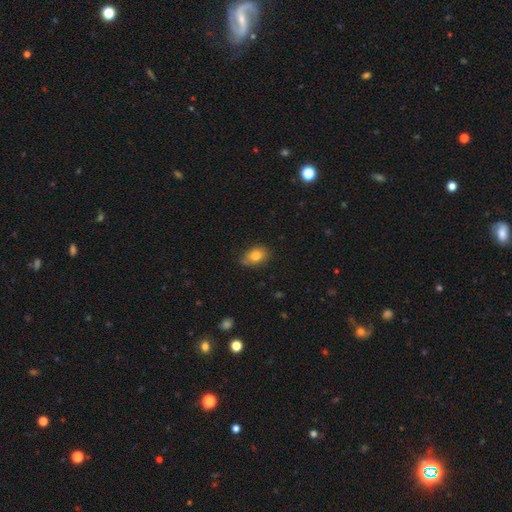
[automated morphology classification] type=smooth (81%); roundness=in between (68%); merging=none (70%).